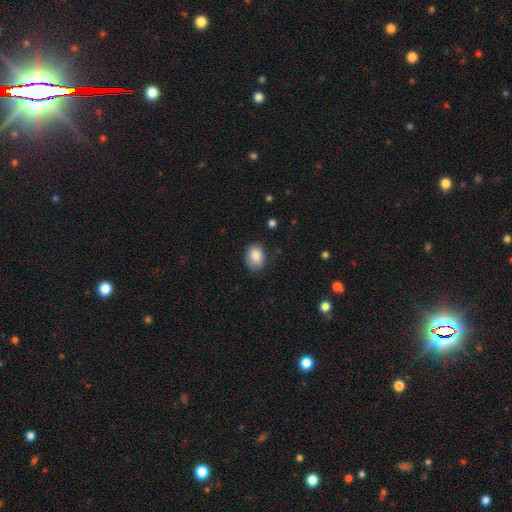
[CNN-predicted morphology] A smooth galaxy with no disk features (86%) that is in between round and cigar-shaped (74%).

Vote fractions:
- Smooth or featured? smooth: 86% / star or artifact: 8% / featured or disk: 7%
- How rounded? in between: 74% / round: 25% / cigar-shaped: 1%
- Merging? none: 72% / minor disturbance: 22% / major disturbance: 4% / merger: 1%